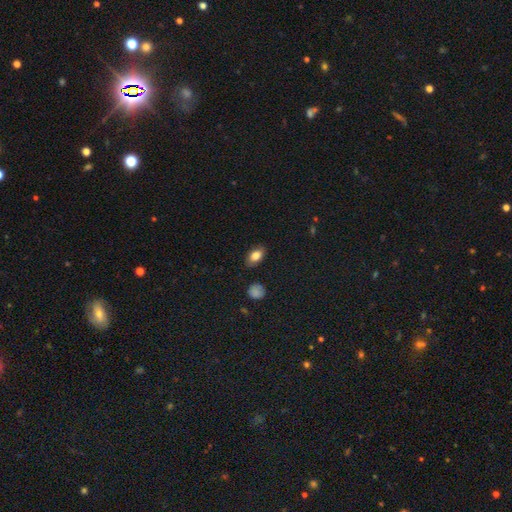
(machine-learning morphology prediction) Q: Smooth or featured?
A: smooth (82%); runner-up: featured or disk (10%)
Q: How rounded?
A: in between (88%); runner-up: round (9%)
Q: Merging?
A: none (84%); runner-up: minor disturbance (13%)